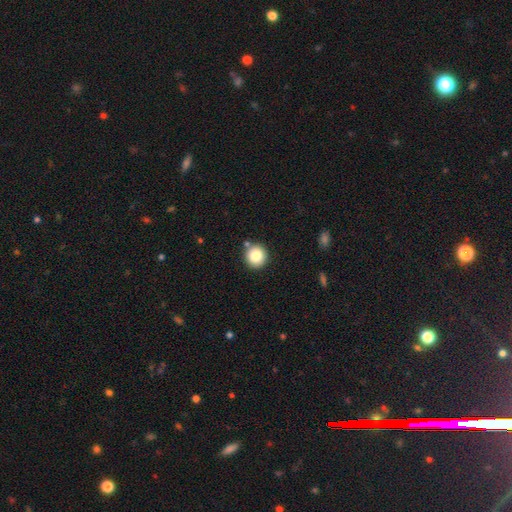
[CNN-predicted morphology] A smooth galaxy with no disk features (82%) that is round (93%). Merging: none (85%).